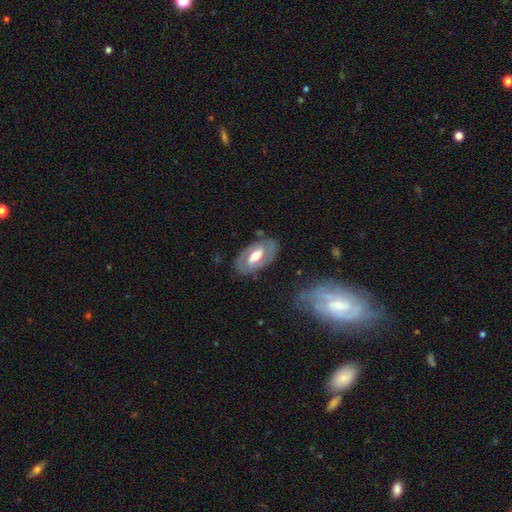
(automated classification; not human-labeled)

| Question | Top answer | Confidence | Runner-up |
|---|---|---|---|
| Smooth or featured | featured or disk | 64% | smooth (31%) |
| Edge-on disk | no | 90% | yes (10%) |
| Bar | weak | 39% | no (33%) |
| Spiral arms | no | 50% | tied: yes (50%) |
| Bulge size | moderate | 67% | large (19%) |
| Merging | none | 79% | minor disturbance (14%) |